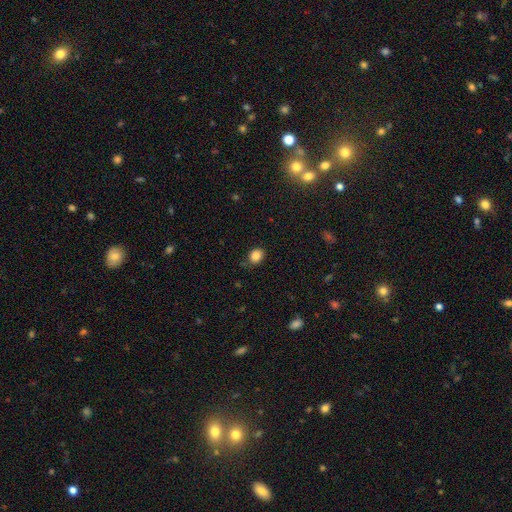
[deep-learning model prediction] smooth 84%, star or artifact 10%, featured or disk 5%. Down the decision tree: how rounded — round (54%); merging — none (80%).